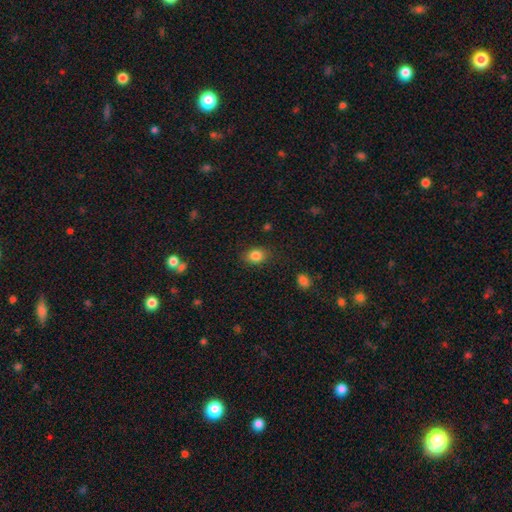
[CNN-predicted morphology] Smooth or featured?
  - smooth: 84% *
  - star or artifact: 10%
  - featured or disk: 6%
How rounded?
  - in between: 56% *
  - round: 43%
  - cigar-shaped: 1%
Merging?
  - none: 84% *
  - minor disturbance: 12%
  - major disturbance: 3%
  - merger: 1%